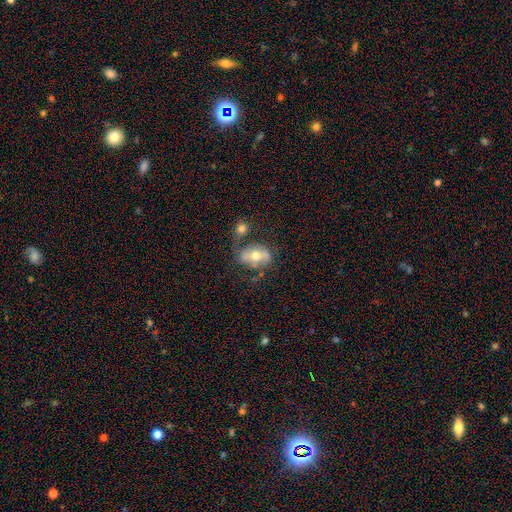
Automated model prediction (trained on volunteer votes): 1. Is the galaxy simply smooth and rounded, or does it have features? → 47% featured or disk, 44% smooth, 9% star or artifact.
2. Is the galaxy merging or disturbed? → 52% none, 21% minor disturbance, 17% merger, 10% major disturbance.